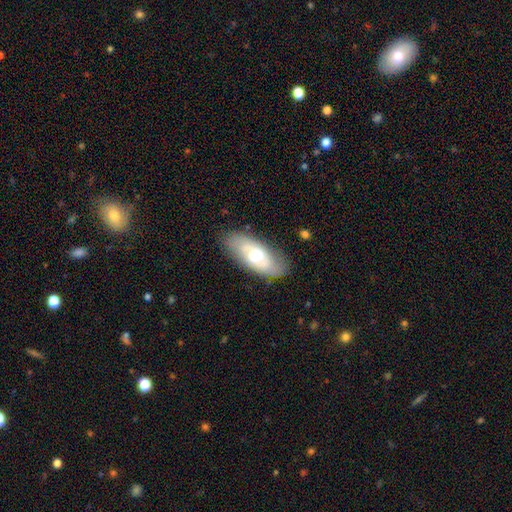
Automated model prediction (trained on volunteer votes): Smooth or featured? smooth (52%)
How rounded? in between (86%)
Merging? none (79%)